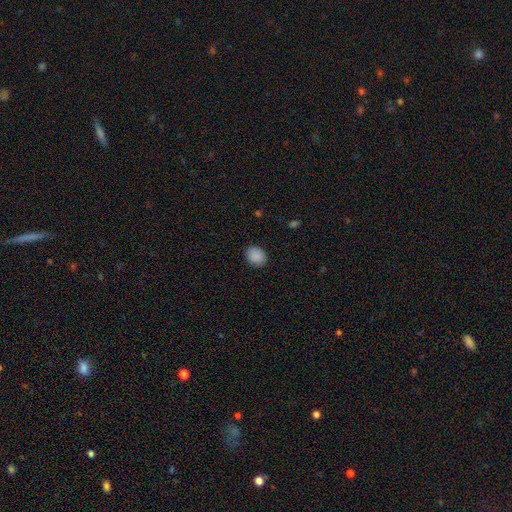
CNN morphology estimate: Smooth or featured?
  - smooth: 89% *
  - star or artifact: 8%
  - featured or disk: 3%
How rounded?
  - round: 53% *
  - in between: 46%
  - cigar-shaped: 1%
Merging?
  - none: 87% *
  - minor disturbance: 9%
  - major disturbance: 2%
  - merger: 1%